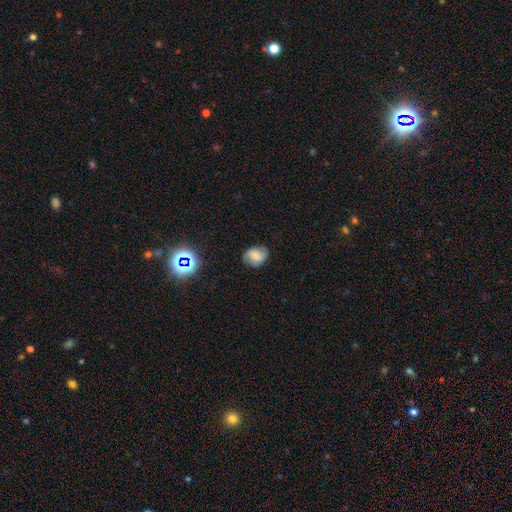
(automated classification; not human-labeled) smooth-or-featured: smooth: 50% | featured or disk: 38% | star or artifact: 12%
  merging: none: 73% | minor disturbance: 20% | major disturbance: 5% | merger: 1%